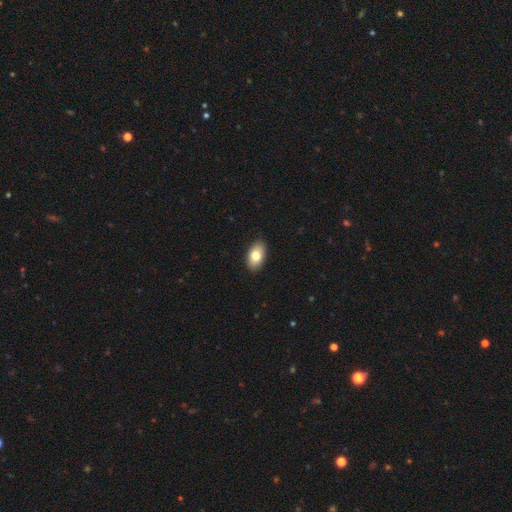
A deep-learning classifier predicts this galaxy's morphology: Smooth or featured?
  - smooth: 79% *
  - featured or disk: 14%
  - star or artifact: 7%
How rounded?
  - in between: 93% *
  - round: 6%
  - cigar-shaped: 2%
Merging?
  - none: 89% *
  - minor disturbance: 8%
  - major disturbance: 2%
  - merger: 1%